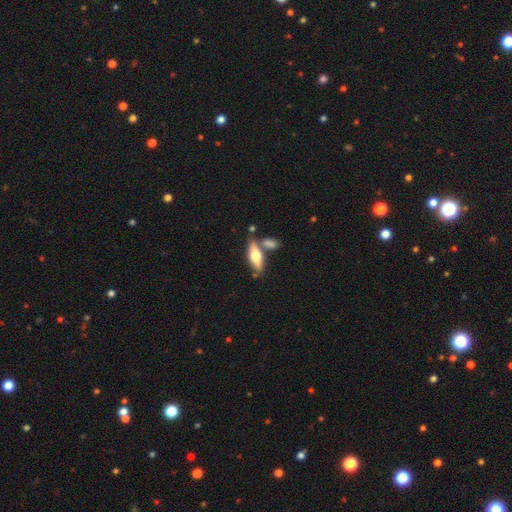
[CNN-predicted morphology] This appears to be a smooth galaxy with no disk features (55%) that is in between round and cigar-shaped (60%). Merging: none (62%).